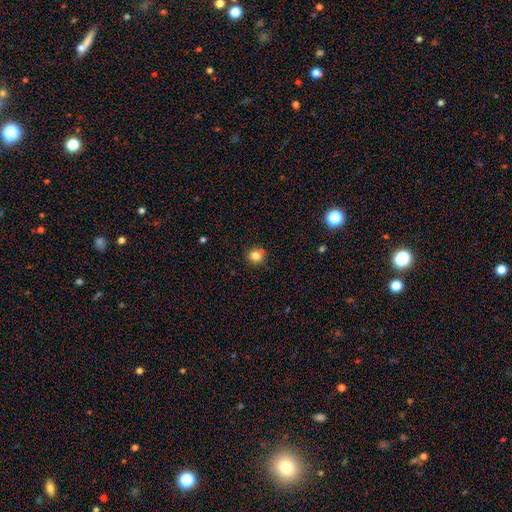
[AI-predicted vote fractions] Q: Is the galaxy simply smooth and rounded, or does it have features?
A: smooth — 82%.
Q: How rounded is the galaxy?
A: round — 84%.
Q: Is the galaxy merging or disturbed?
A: none — 78%.